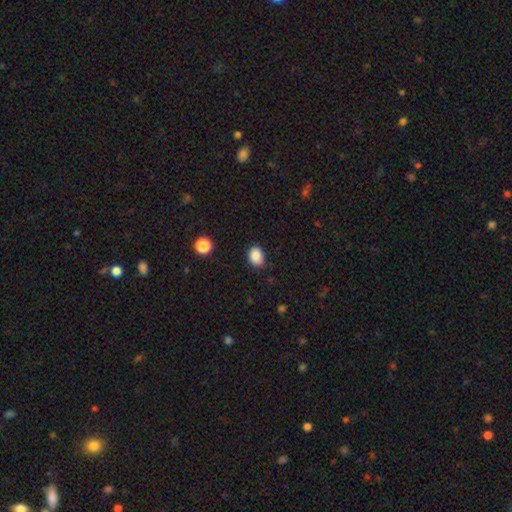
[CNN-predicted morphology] This appears to be a smooth galaxy with no disk features (87%) that is in between round and cigar-shaped (61%). Merging: none (80%).